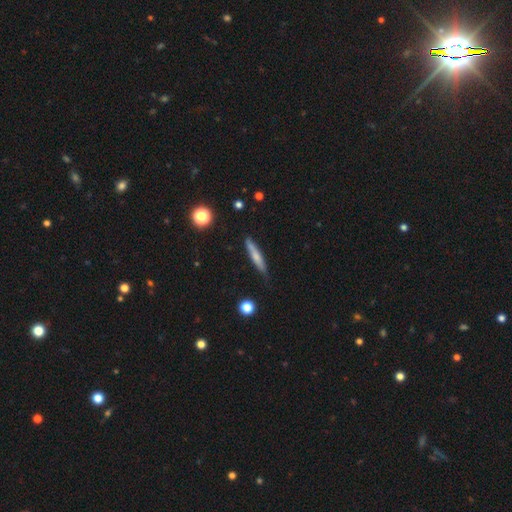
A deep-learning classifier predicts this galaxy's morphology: Smooth or featured?
  - smooth: 61% *
  - featured or disk: 32%
  - star or artifact: 7%
How rounded?
  - cigar-shaped: 92% *
  - in between: 7%
  - round: 2%
Merging?
  - none: 78% *
  - minor disturbance: 17%
  - major disturbance: 3%
  - merger: 2%